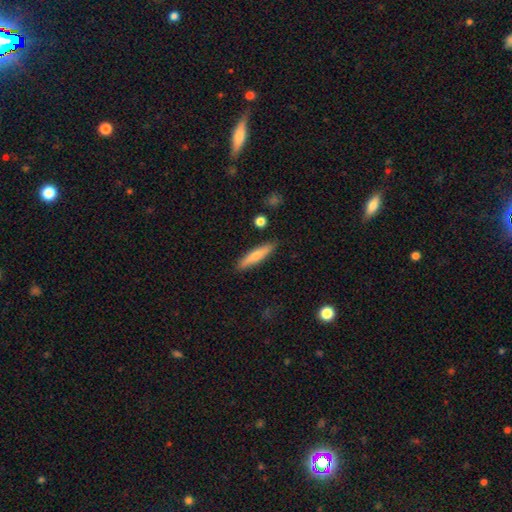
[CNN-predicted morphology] type=smooth (64%); roundness=cigar-shaped (82%); merging=none (87%).